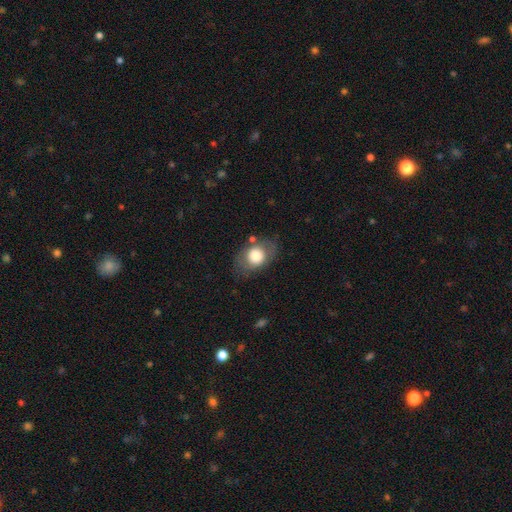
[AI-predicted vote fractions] Q: Smooth or featured?
A: smooth (71%); runner-up: featured or disk (21%)
Q: How rounded?
A: in between (64%); runner-up: round (34%)
Q: Merging?
A: none (71%); runner-up: minor disturbance (17%)